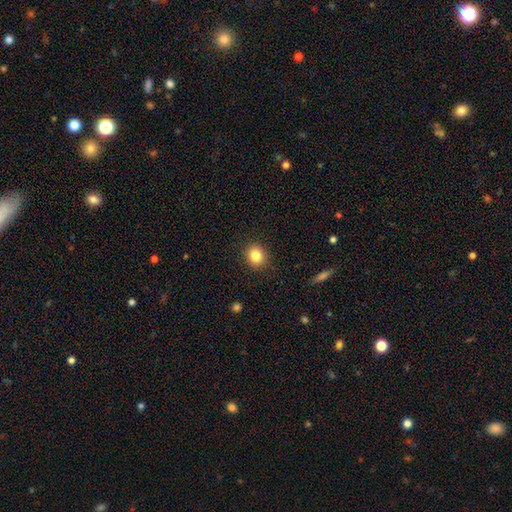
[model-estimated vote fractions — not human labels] Smooth or featured? smooth (84%)
How rounded? round (74%)
Merging? none (90%)